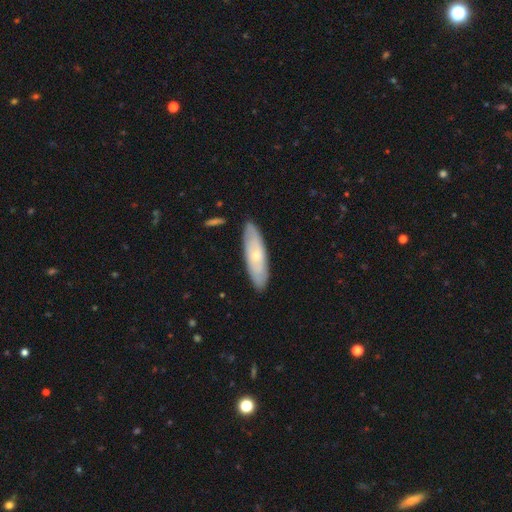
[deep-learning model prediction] Smooth or featured? smooth (50%)
Merging? none (86%)